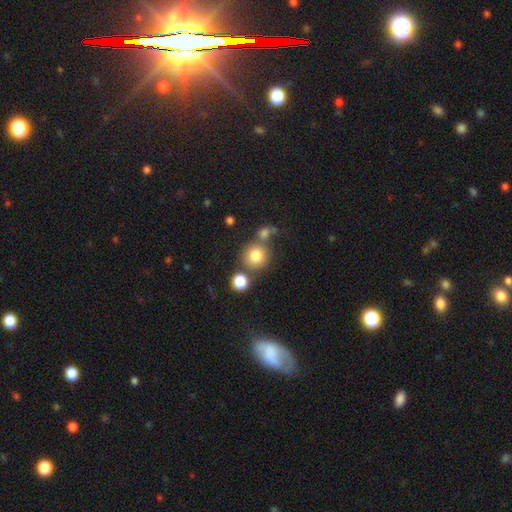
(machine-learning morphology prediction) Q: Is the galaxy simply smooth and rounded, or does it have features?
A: smooth — 79%.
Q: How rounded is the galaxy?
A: round — 90%.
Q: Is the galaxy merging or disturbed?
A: none — 63%.